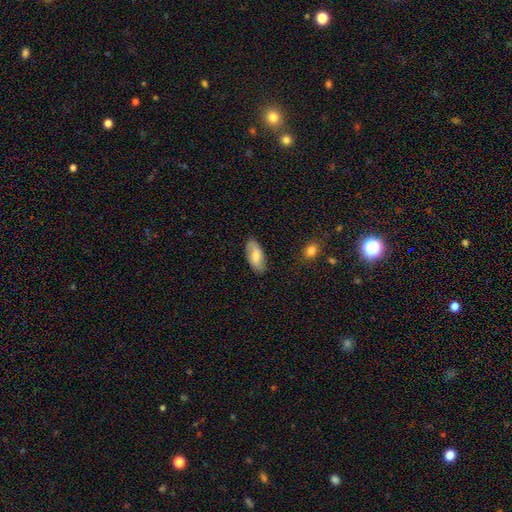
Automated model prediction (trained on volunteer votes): Q: Smooth or featured?
A: smooth (55%); runner-up: featured or disk (38%)
Q: How rounded?
A: in between (90%); runner-up: cigar-shaped (7%)
Q: Merging?
A: none (82%); runner-up: minor disturbance (14%)